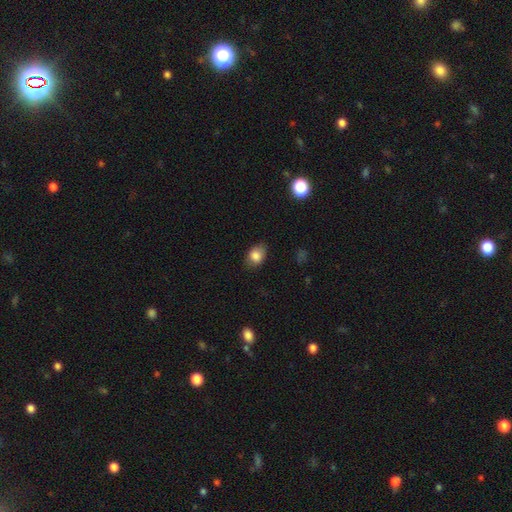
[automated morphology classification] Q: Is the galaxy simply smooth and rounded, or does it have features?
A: smooth — 83%.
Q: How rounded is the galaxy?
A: in between — 72%.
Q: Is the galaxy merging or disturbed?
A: none — 76%.